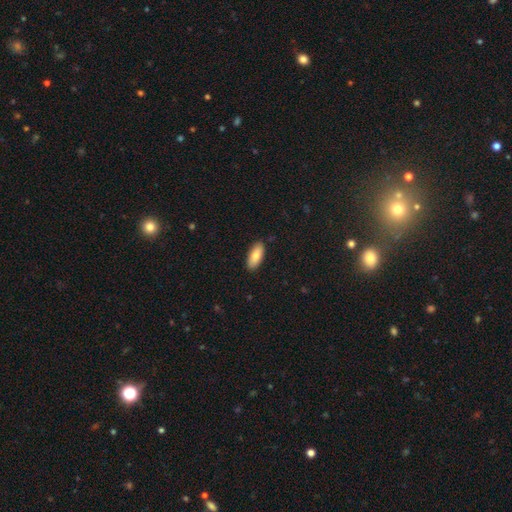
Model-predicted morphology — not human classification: Q: Smooth or featured?
A: smooth (82%); runner-up: featured or disk (12%)
Q: How rounded?
A: in between (86%); runner-up: cigar-shaped (12%)
Q: Merging?
A: none (89%); runner-up: minor disturbance (9%)